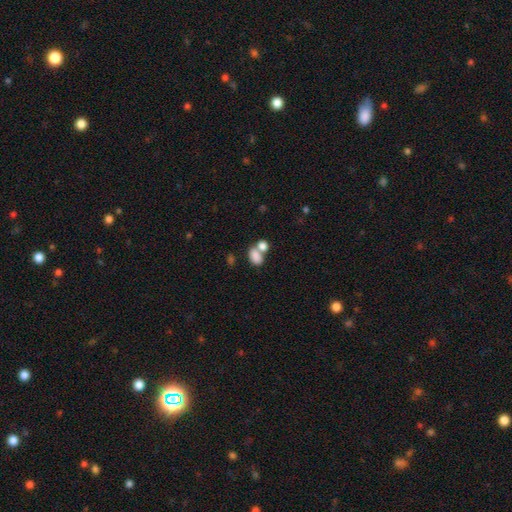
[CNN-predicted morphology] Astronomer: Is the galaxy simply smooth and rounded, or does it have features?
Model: smooth — 82%.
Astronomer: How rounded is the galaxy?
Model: in between — 84%.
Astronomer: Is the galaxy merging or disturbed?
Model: merger — 50% (runner-up: none, 35%).